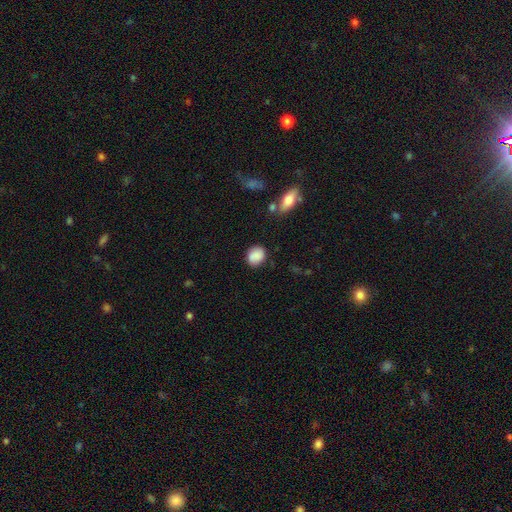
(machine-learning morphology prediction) smooth-or-featured: smooth: 87% | star or artifact: 8% | featured or disk: 5%
  how-rounded: round: 64% | in between: 35% | cigar-shaped: 1%
  merging: none: 82% | minor disturbance: 13% | major disturbance: 3% | merger: 2%